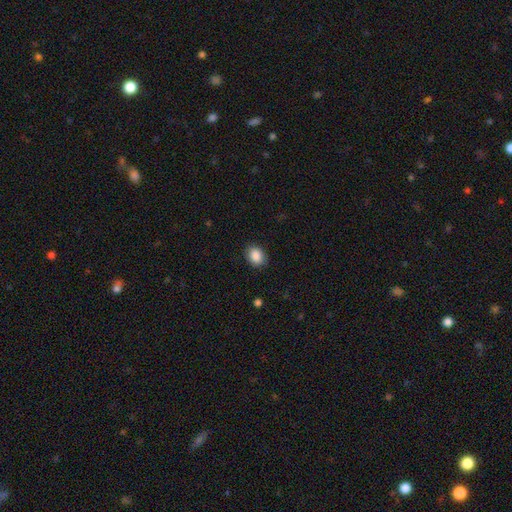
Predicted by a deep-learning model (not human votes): This is clearly a smooth galaxy (88%). How rounded: possibly in between (60%). Merging: clearly none (87%).